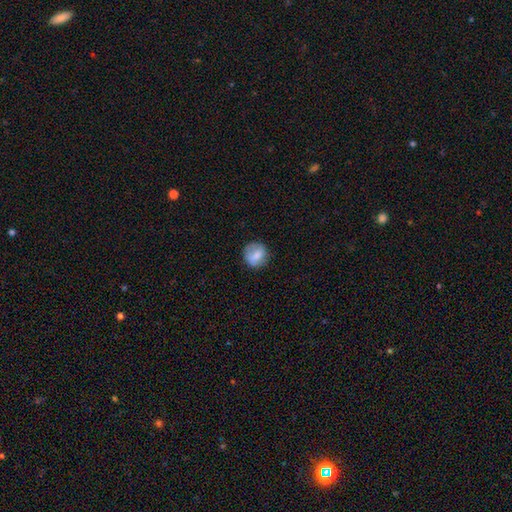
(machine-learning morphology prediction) Smooth or featured? Predicted: smooth (p=0.72). How rounded? Predicted: round (p=0.86). Merging? Predicted: none (p=0.78).